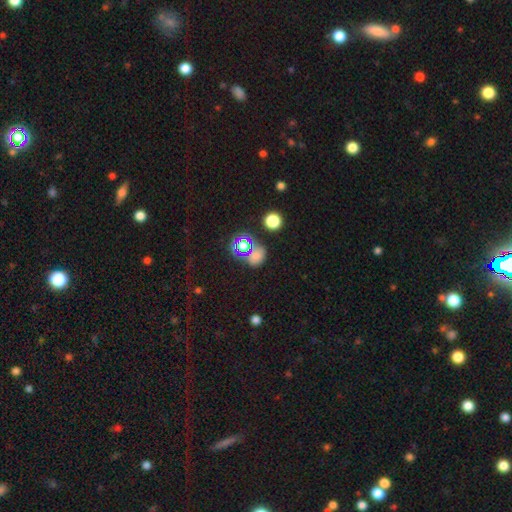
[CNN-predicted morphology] A smooth galaxy with no disk features (55%) that is round (64%).

Vote fractions:
- Smooth or featured? smooth: 55% / star or artifact: 37% / featured or disk: 8%
- How rounded? round: 64% / in between: 34% / cigar-shaped: 1%
- Merging? none: 68% / minor disturbance: 14% / merger: 11% / major disturbance: 7%